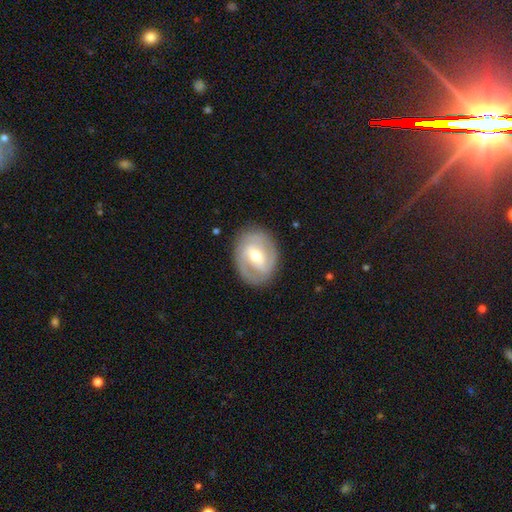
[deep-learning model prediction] Smooth or featured?
  - featured or disk: 75% *
  - smooth: 19%
  - star or artifact: 5%
Edge-on disk?
  - no: 96% *
  - yes: 4%
Bar?
  - weak: 49% *
  - strong: 30%
  - no: 21%
Spiral arms?
  - yes: 85% *
  - no: 15%
Spiral winding?
  - tight: 48% *
  - medium: 39%
  - loose: 13%
Spiral arm count?
  - 2: 67% *
  - can't tell: 16%
  - 3: 9%
  - 1: 4%
  - 4: 2%
  - more than 4: 2%
Bulge size?
  - moderate: 67% *
  - small: 26%
  - large: 5%
  - none: 1%
  - dominant: 1%
Merging?
  - none: 82% *
  - minor disturbance: 12%
  - major disturbance: 4%
  - merger: 1%